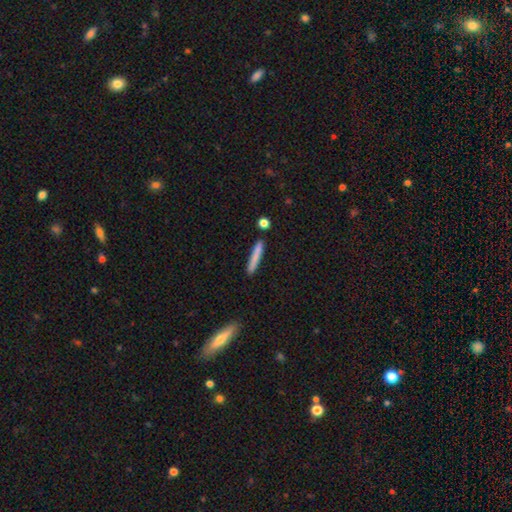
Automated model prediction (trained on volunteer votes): Smooth or featured? smooth (78%)
How rounded? cigar-shaped (94%)
Merging? none (84%)